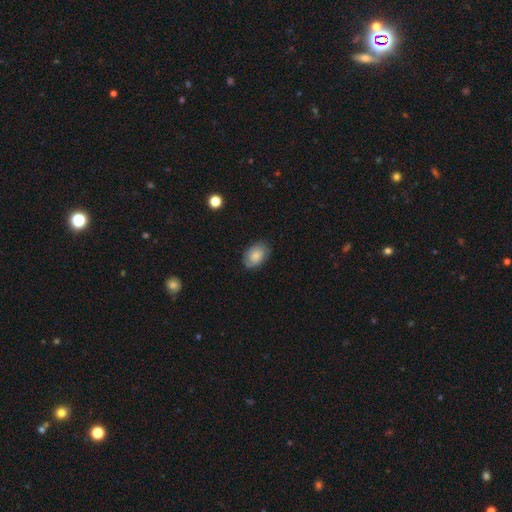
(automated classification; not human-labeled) The model was most divided on "smooth or featured": smooth: 74%, featured or disk: 19%, star or artifact: 8%. More confident: how rounded — in between (84%); merging — none (79%).